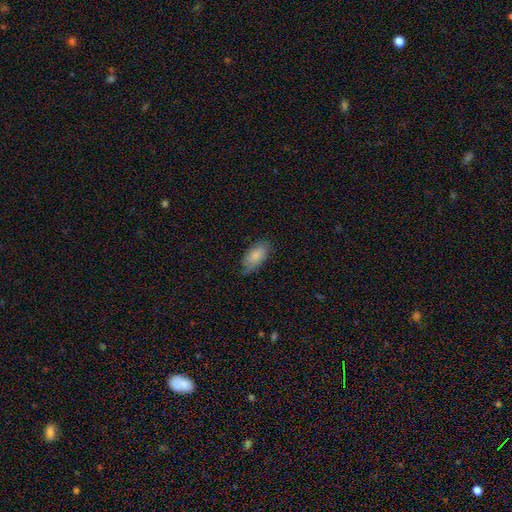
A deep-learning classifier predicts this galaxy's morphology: Overall: smooth (82%). How rounded: in between (91%). Merging: none (71%).